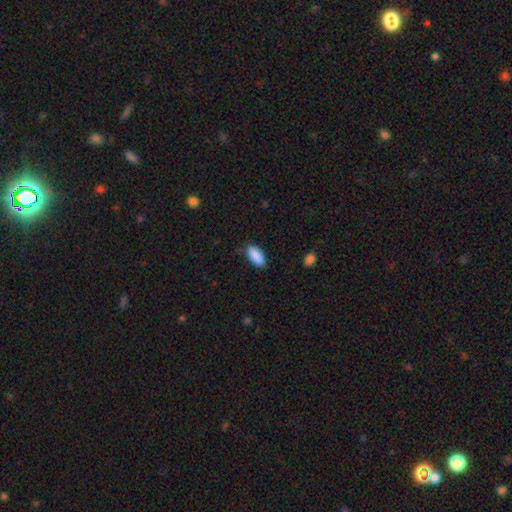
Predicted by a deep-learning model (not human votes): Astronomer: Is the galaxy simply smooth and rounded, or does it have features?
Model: smooth — 90%.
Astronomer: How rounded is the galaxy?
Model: in between — 87%.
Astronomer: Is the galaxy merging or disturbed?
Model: none — 80%.